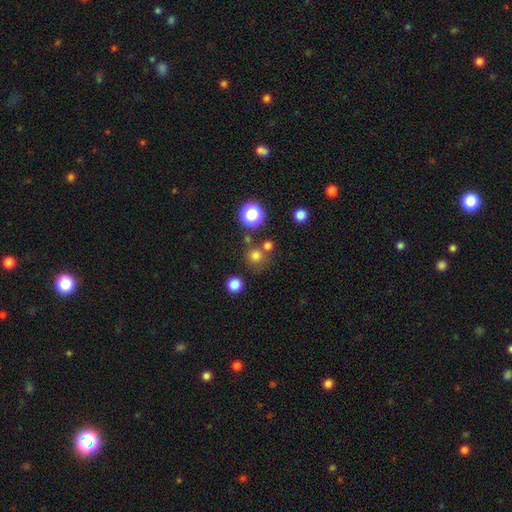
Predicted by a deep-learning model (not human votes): A smooth galaxy with no disk features (72%) that is round (91%).

Vote fractions:
- Smooth or featured? smooth: 72% / star or artifact: 21% / featured or disk: 7%
- How rounded? round: 91% / in between: 8% / cigar-shaped: 1%
- Merging? none: 71% / merger: 17% / minor disturbance: 8% / major disturbance: 4%